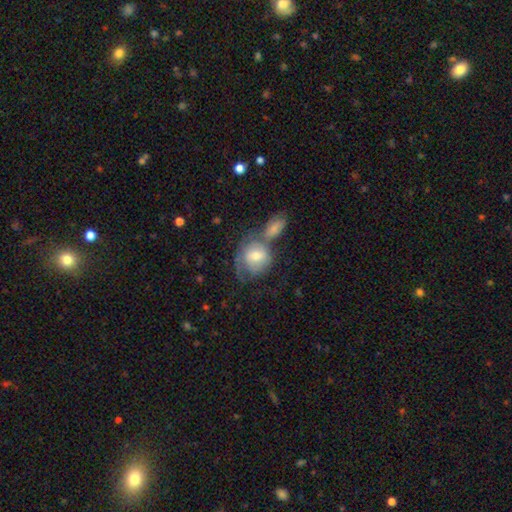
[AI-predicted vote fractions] Smooth or featured?
  - smooth: 58% *
  - featured or disk: 34%
  - star or artifact: 8%
How rounded?
  - round: 66% *
  - in between: 33%
  - cigar-shaped: 1%
Merging?
  - merger: 42% *
  - none: 29%
  - minor disturbance: 16%
  - major disturbance: 13%